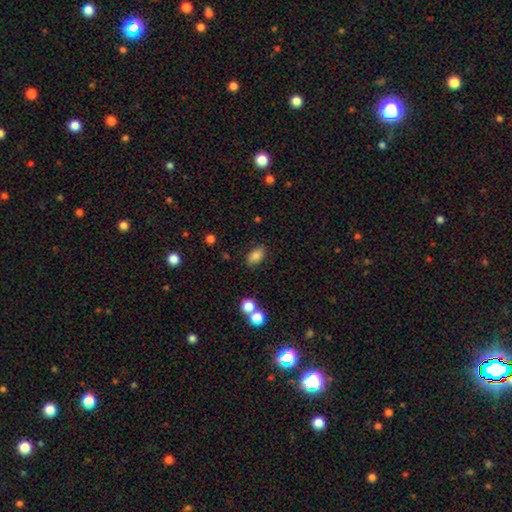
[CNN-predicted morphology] Smooth or featured: smooth — 81% (star or artifact — 10%)
How rounded: in between — 89% (round — 9%)
Merging: none — 83% (minor disturbance — 11%)